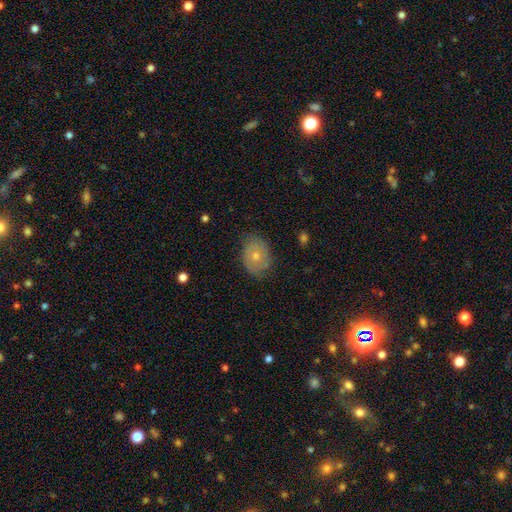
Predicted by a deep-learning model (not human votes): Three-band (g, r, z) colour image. It shows a smooth galaxy with no disk features (49%). Merging: none (73%).